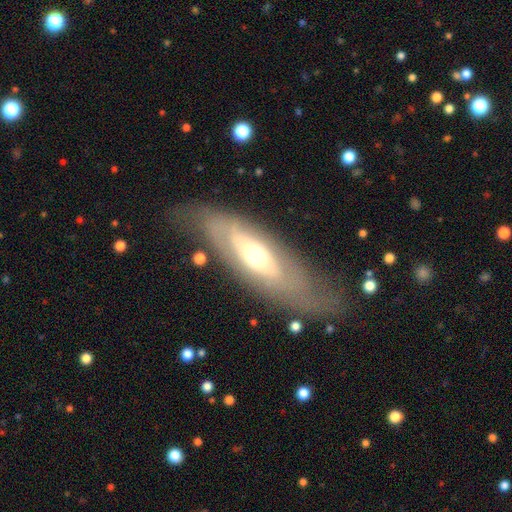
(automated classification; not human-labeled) Smooth or featured?
  - featured or disk: 60% *
  - smooth: 34%
  - star or artifact: 7%
Edge-on disk?
  - no: 70% *
  - yes: 30%
Merging?
  - none: 68% *
  - minor disturbance: 18%
  - major disturbance: 12%
  - merger: 2%